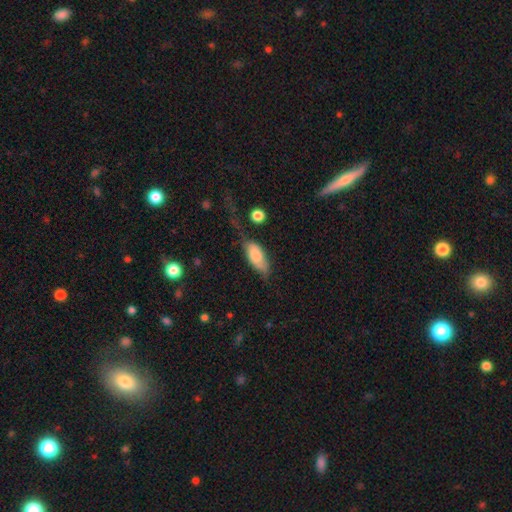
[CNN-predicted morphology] This is likely a smooth galaxy (71%). How rounded: clearly in between (83%). Merging: marginally none (35%).